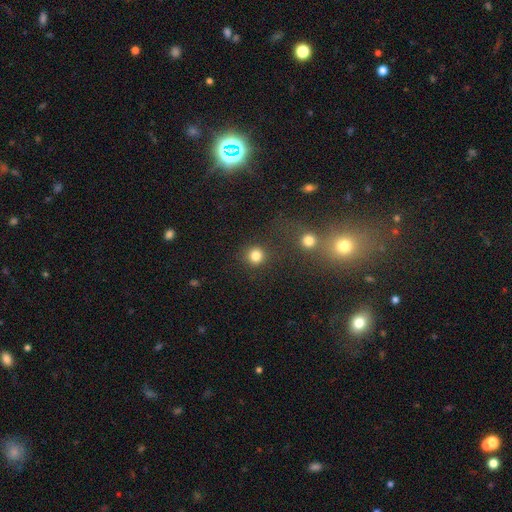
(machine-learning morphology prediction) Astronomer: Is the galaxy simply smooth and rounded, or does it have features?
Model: smooth — 82%.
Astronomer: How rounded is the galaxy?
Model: round — 92%.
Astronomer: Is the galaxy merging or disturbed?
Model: none — 83%.